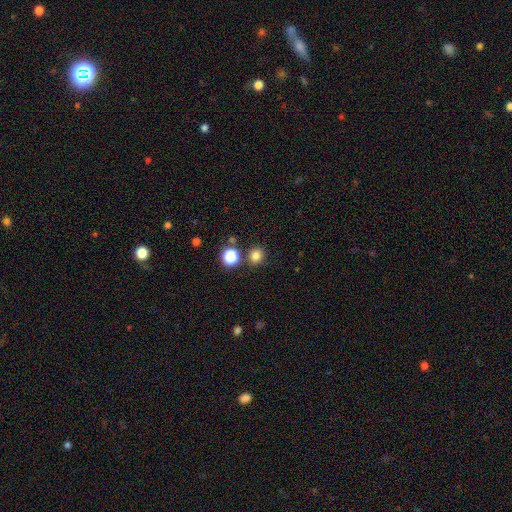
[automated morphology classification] Smooth or featured?
  - smooth: 80% *
  - star or artifact: 15%
  - featured or disk: 5%
How rounded?
  - round: 88% *
  - in between: 12%
  - cigar-shaped: 1%
Merging?
  - none: 83% *
  - merger: 8%
  - minor disturbance: 7%
  - major disturbance: 3%